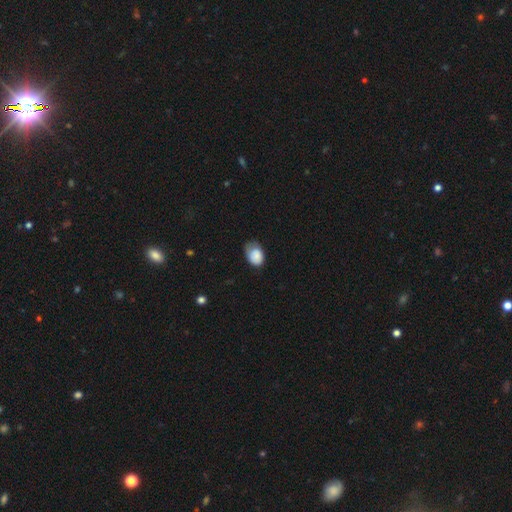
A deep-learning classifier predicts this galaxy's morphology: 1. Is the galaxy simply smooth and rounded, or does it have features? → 82% smooth, 11% featured or disk, 7% star or artifact.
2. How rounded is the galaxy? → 78% in between, 21% round, 1% cigar-shaped.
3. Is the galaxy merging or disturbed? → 43% none, 41% minor disturbance, 14% major disturbance, 2% merger.